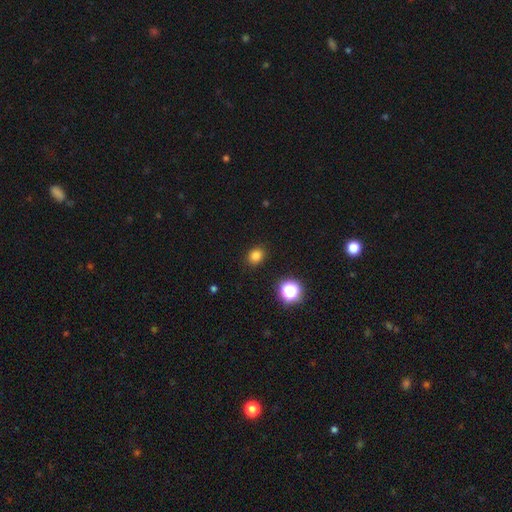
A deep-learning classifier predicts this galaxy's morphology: This appears to be a smooth galaxy with no disk features (81%) that is round (64%). Merging: none (89%).